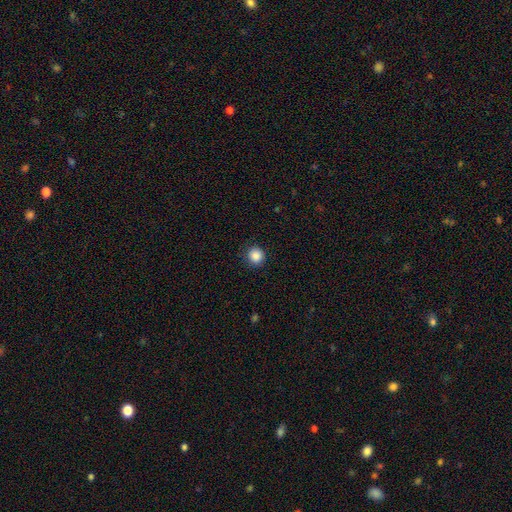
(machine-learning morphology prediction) Smooth or featured? smooth (87%)
How rounded? round (92%)
Merging? none (90%)